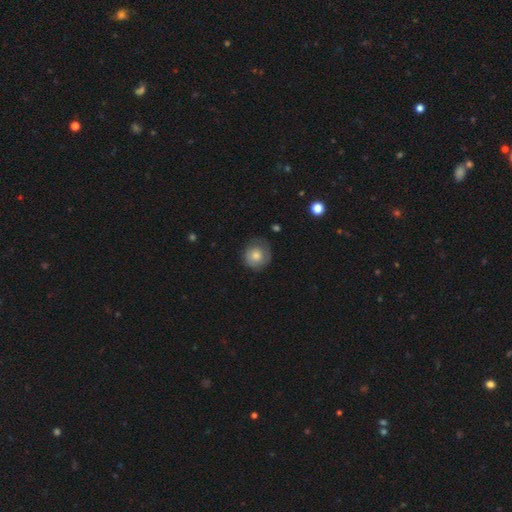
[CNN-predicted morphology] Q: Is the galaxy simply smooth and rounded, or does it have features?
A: smooth — 68%.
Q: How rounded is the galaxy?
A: round — 88%.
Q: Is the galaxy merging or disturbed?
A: none — 69%.